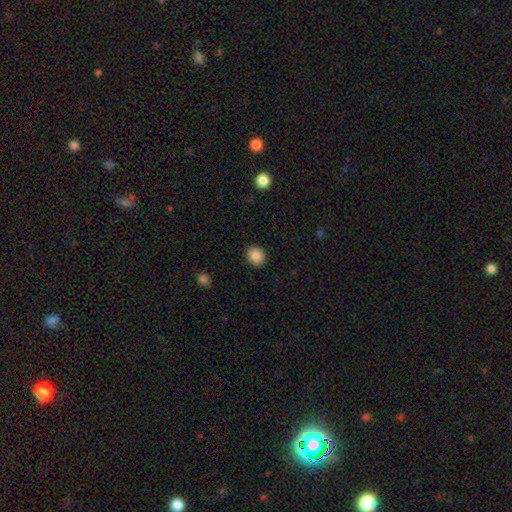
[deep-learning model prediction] smooth 86%, star or artifact 9%, featured or disk 5%. Down the decision tree: how rounded — round (69%); merging — none (90%).